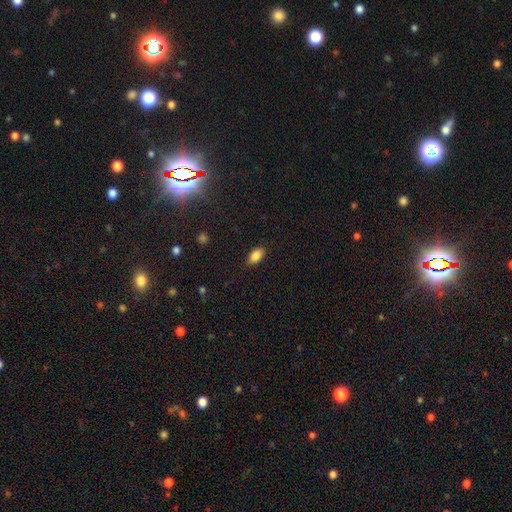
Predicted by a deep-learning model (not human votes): smooth 85%, star or artifact 8%, featured or disk 6%. Down the decision tree: how rounded — in between (90%); merging — none (84%).